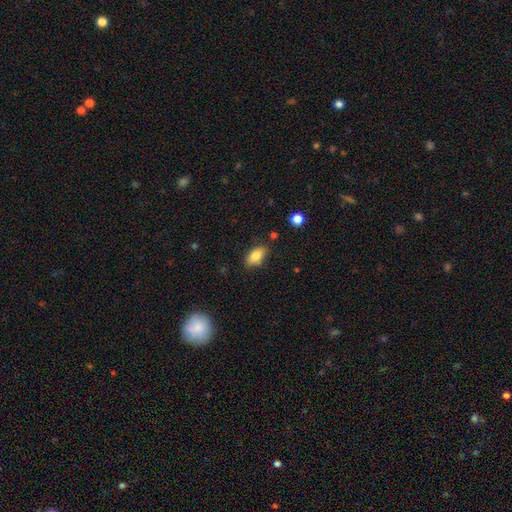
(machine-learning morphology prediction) Smooth or featured?
  - smooth: 81% *
  - featured or disk: 11%
  - star or artifact: 8%
How rounded?
  - in between: 89% *
  - cigar-shaped: 6%
  - round: 5%
Merging?
  - none: 81% *
  - minor disturbance: 13%
  - merger: 3%
  - major disturbance: 3%